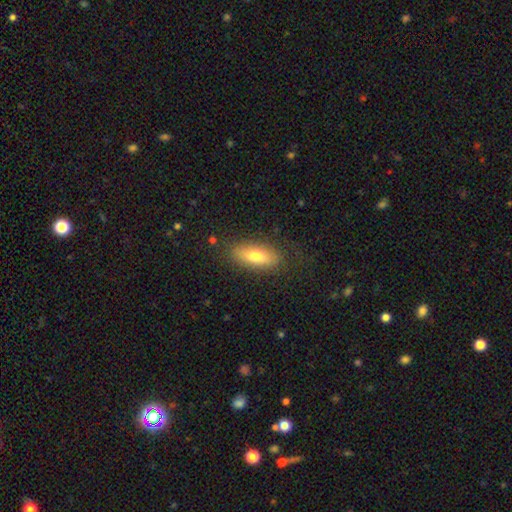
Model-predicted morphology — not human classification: The model was most divided on "how rounded": in between: 73%, cigar-shaped: 24%, round: 3%. More confident: merging — none (81%); smooth or featured — smooth (74%).